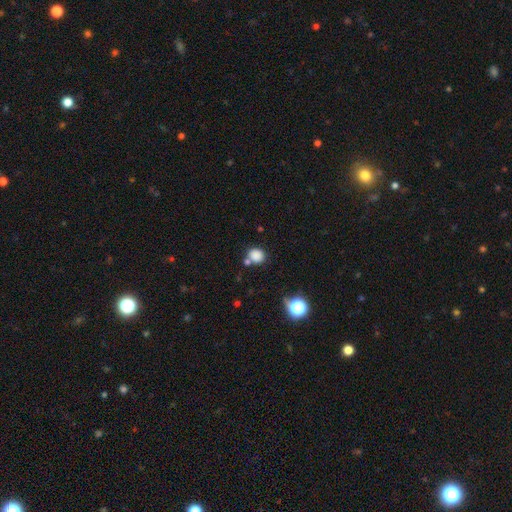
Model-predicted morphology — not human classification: Q: Smooth or featured?
A: smooth (83%); runner-up: star or artifact (12%)
Q: How rounded?
A: round (76%); runner-up: in between (23%)
Q: Merging?
A: none (66%); runner-up: merger (17%)